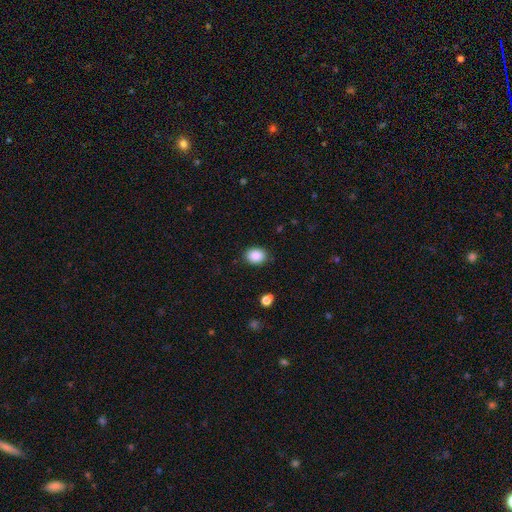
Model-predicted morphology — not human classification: Smooth or featured? Predicted: smooth (p=0.89). How rounded? Predicted: in between (p=0.55). Merging? Predicted: none (p=0.86).